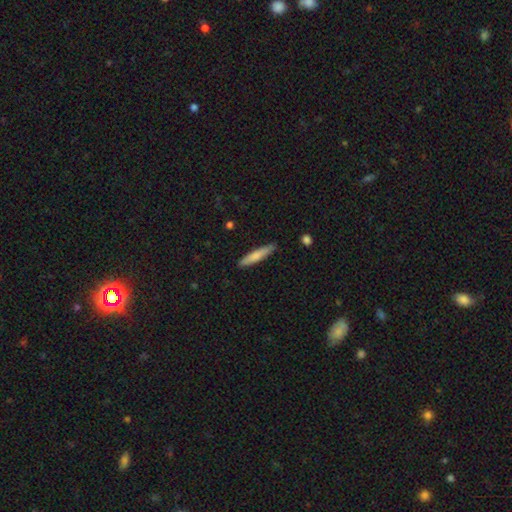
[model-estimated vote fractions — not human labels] A smooth galaxy with no disk features (74%) that is cigar-shaped (91%).

Vote fractions:
- Smooth or featured? smooth: 74% / featured or disk: 21% / star or artifact: 5%
- How rounded? cigar-shaped: 91% / in between: 8% / round: 1%
- Merging? none: 88% / minor disturbance: 9% / major disturbance: 2% / merger: 1%